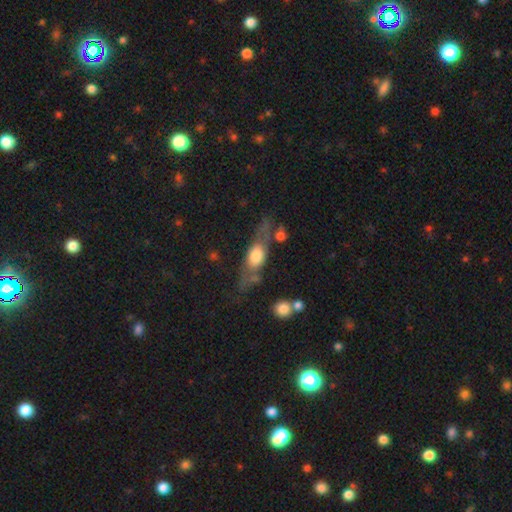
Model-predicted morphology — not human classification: Overall: smooth (47%; featured or disk 45%). Merging: none (57%; minor disturbance 21%).